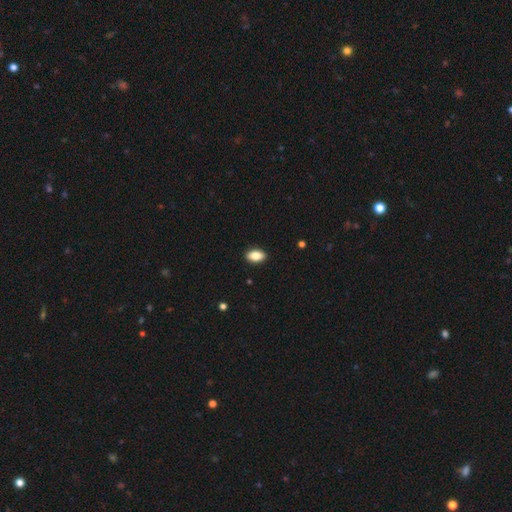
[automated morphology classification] Smooth or featured? Predicted: smooth (p=0.83). How rounded? Predicted: in between (p=0.90). Merging? Predicted: none (p=0.90).